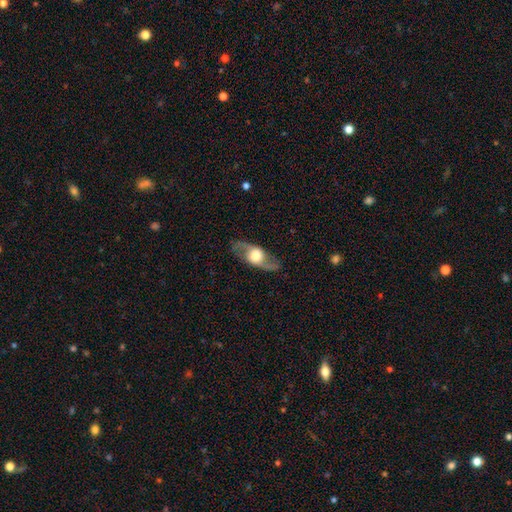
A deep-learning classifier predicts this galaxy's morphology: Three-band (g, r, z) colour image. It shows a featured or disk galaxy (75%) with no bar (67%), spiral arms (78%) and a large central bulge (50%). Merging: none (84%).